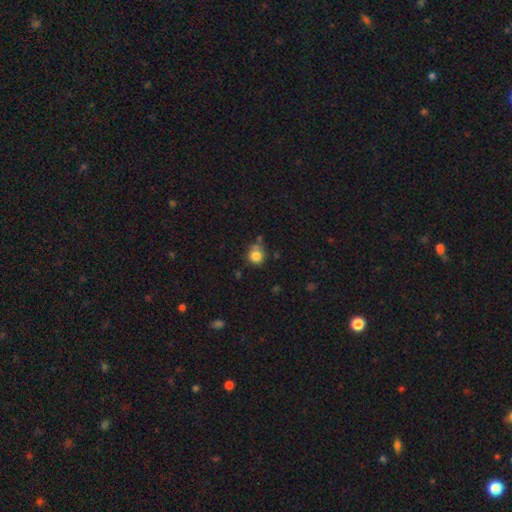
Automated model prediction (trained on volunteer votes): This is clearly a smooth galaxy (83%). How rounded: clearly round (85%). Merging: likely none (62%).